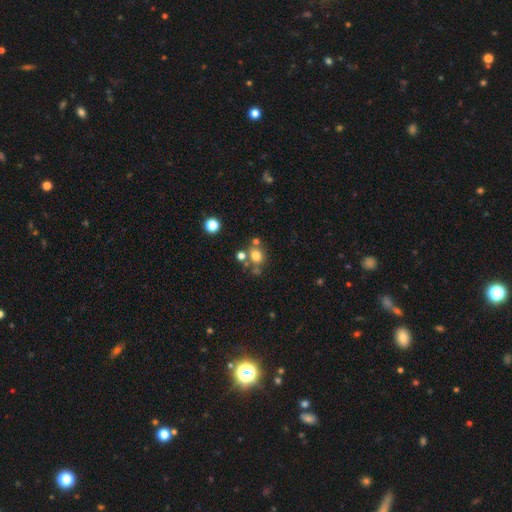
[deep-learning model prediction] A smooth galaxy with no disk features (73%) that is round (74%).

Vote fractions:
- Smooth or featured? smooth: 73% / star or artifact: 16% / featured or disk: 10%
- How rounded? round: 74% / in between: 25% / cigar-shaped: 1%
- Merging? none: 62% / merger: 20% / minor disturbance: 12% / major disturbance: 6%